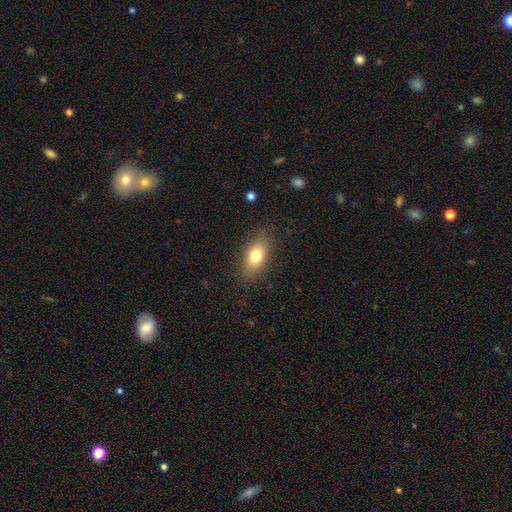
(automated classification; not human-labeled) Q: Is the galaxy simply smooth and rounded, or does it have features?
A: smooth — 77%.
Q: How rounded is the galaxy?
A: in between — 85%.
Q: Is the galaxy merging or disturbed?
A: none — 84%.